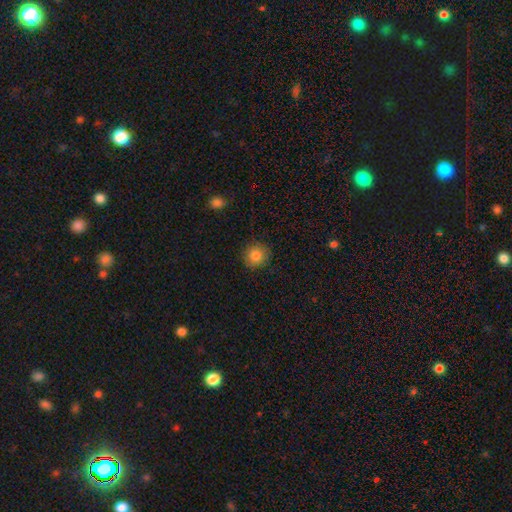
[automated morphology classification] Overall: smooth (83%). How rounded: round (92%). Merging: none (89%).